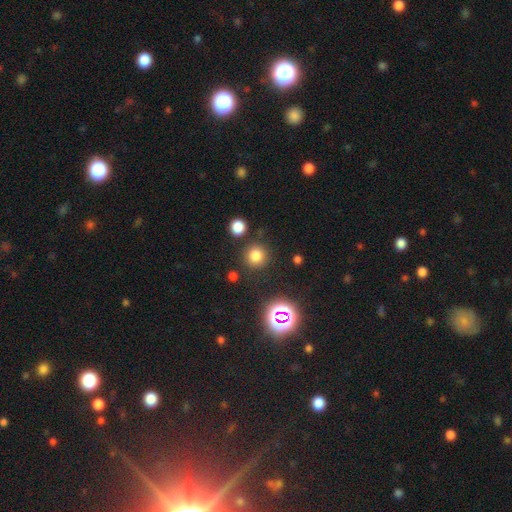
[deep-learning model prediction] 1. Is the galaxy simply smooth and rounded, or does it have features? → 76% smooth, 18% star or artifact, 6% featured or disk.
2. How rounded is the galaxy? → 93% round, 6% in between, 1% cigar-shaped.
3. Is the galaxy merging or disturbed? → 86% none, 7% minor disturbance, 4% merger, 3% major disturbance.